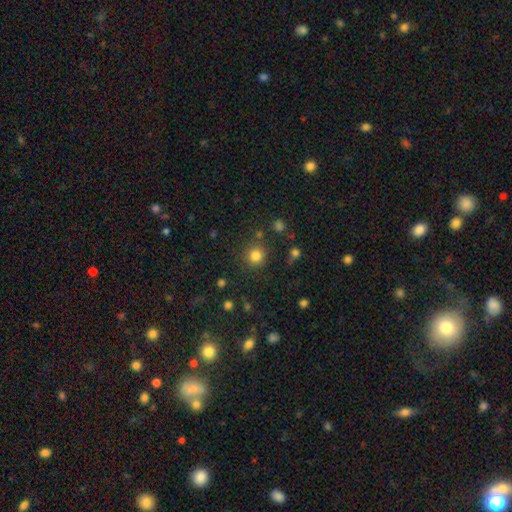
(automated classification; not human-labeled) A smooth galaxy with no disk features (81%) that is round (93%).

Vote fractions:
- Smooth or featured? smooth: 81% / star or artifact: 14% / featured or disk: 5%
- How rounded? round: 93% / in between: 6% / cigar-shaped: 1%
- Merging? none: 84% / minor disturbance: 8% / merger: 4% / major disturbance: 3%